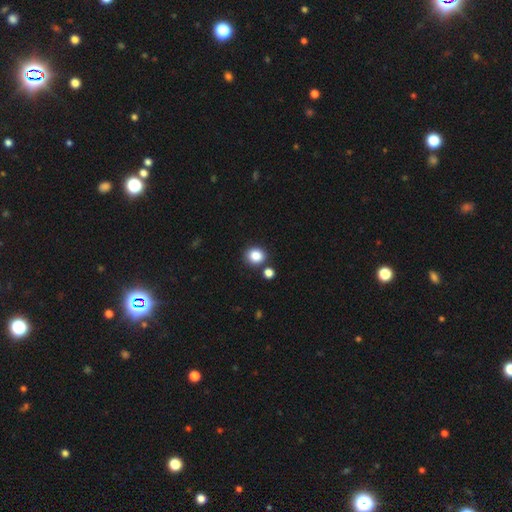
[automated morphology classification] Smooth or featured? Predicted: smooth (p=0.85). How rounded? Predicted: round (p=0.81). Merging? Predicted: none (p=0.79).